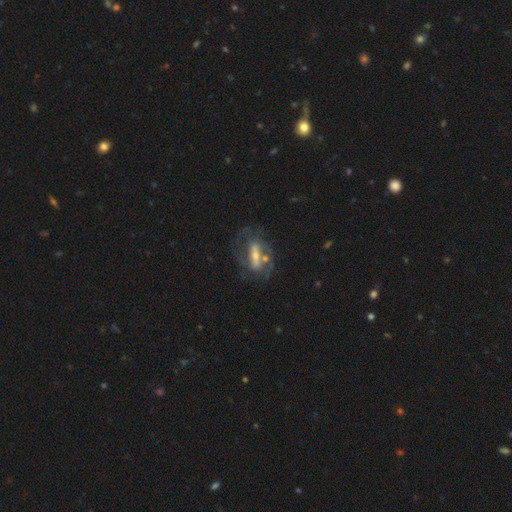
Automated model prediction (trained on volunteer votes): smooth-or-featured: featured or disk: 75% | smooth: 18% | star or artifact: 7%
  disk-edge-on: no: 90% | yes: 10%
    bar: strong: 55% | weak: 27% | no: 18%
    has-spiral-arms: yes: 74% | no: 26%
      spiral-winding: medium: 44% | tight: 36% | loose: 20%
      spiral-arm-count: 2: 62% | can't tell: 23% | 1: 6% | 3: 6% | 4: 2% | more than 4: 2%
    bulge-size: small: 49% | moderate: 38% | large: 7% | none: 5% | dominant: 2%
  merging: none: 53% | major disturbance: 19% | minor disturbance: 19% | merger: 9%